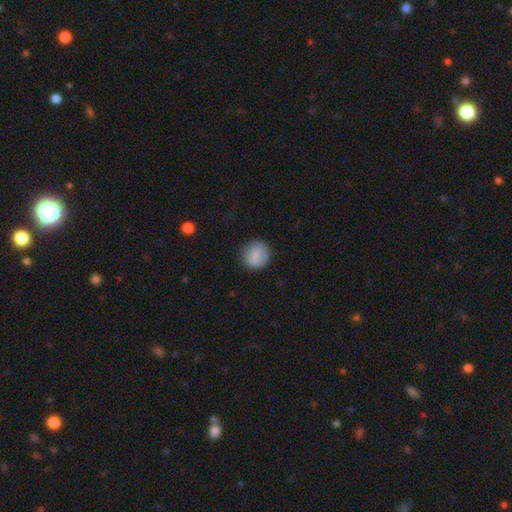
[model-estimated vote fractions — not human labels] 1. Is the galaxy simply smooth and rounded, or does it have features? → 80% smooth, 13% featured or disk, 7% star or artifact.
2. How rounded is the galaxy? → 87% round, 12% in between, 1% cigar-shaped.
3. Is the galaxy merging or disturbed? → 85% none, 11% minor disturbance, 3% major disturbance, 1% merger.